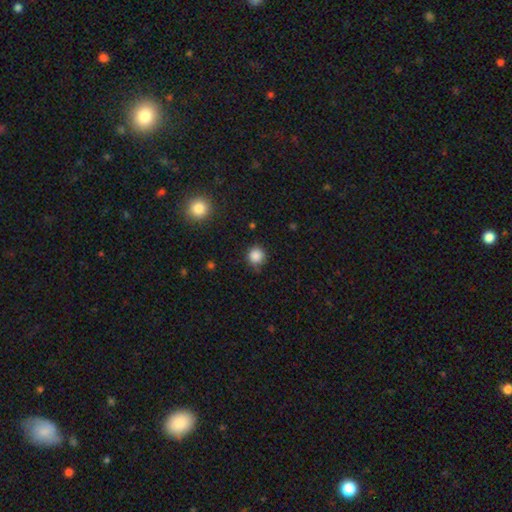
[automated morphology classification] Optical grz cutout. It shows a smooth galaxy with no disk features (86%) that is round (93%). Merging: none (77%).